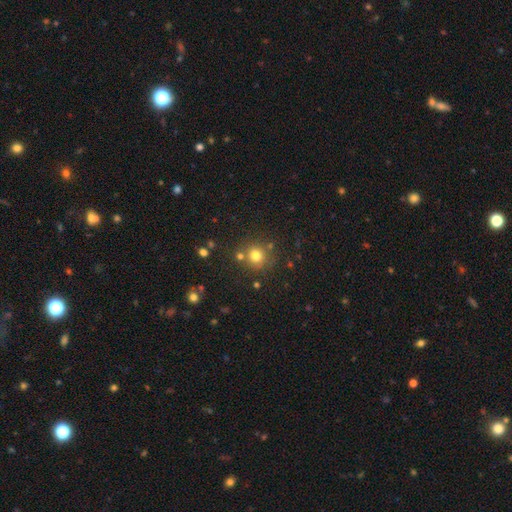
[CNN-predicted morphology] A smooth galaxy with no disk features (76%) that is round (89%).

Vote fractions:
- Smooth or featured? smooth: 76% / star or artifact: 15% / featured or disk: 9%
- How rounded? round: 89% / in between: 10% / cigar-shaped: 1%
- Merging? none: 75% / merger: 12% / minor disturbance: 10% / major disturbance: 4%